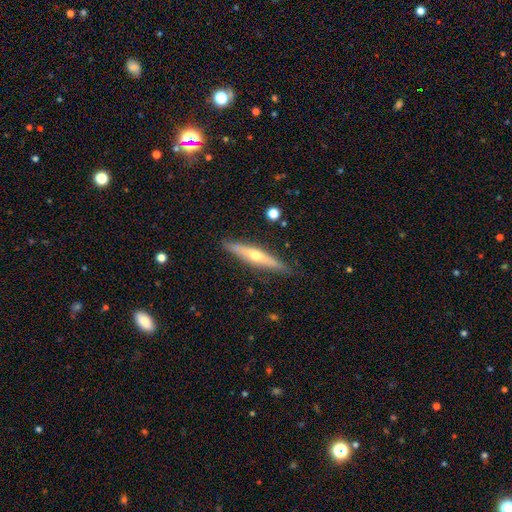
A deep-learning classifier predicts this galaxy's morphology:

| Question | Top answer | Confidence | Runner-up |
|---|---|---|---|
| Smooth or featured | featured or disk | 63% | smooth (31%) |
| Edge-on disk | yes | 92% | no (8%) |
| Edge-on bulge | rounded | 86% | none (12%) |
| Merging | none | 87% | minor disturbance (10%) |